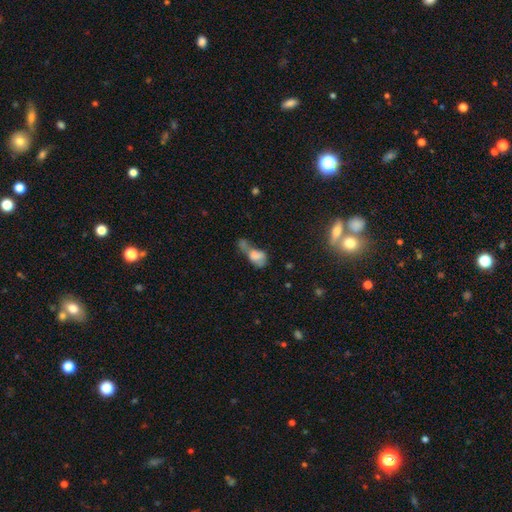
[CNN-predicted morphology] Smooth or featured?
  - smooth: 67% *
  - featured or disk: 21%
  - star or artifact: 12%
How rounded?
  - in between: 80% *
  - round: 16%
  - cigar-shaped: 5%
Merging?
  - merger: 57% *
  - major disturbance: 19%
  - none: 13%
  - minor disturbance: 10%